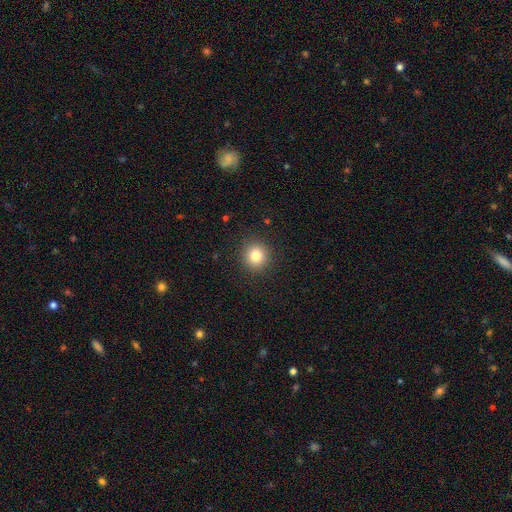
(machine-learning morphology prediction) smooth-or-featured: smooth: 81% | star or artifact: 12% | featured or disk: 7%
  how-rounded: round: 89% | in between: 10% | cigar-shaped: 1%
  merging: none: 91% | minor disturbance: 6% | major disturbance: 2% | merger: 1%